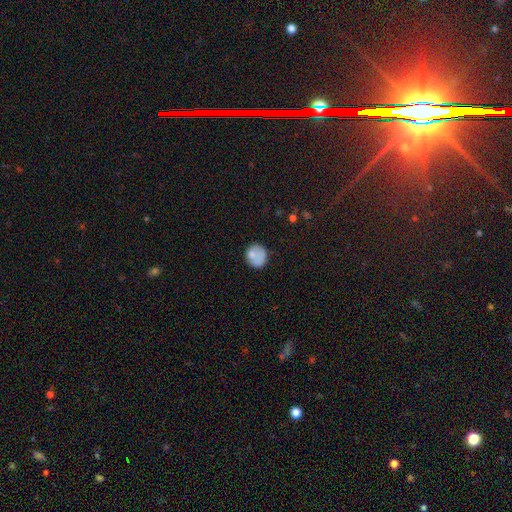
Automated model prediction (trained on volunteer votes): This is likely a smooth galaxy (79%). How rounded: clearly round (80%). Merging: likely none (68%).